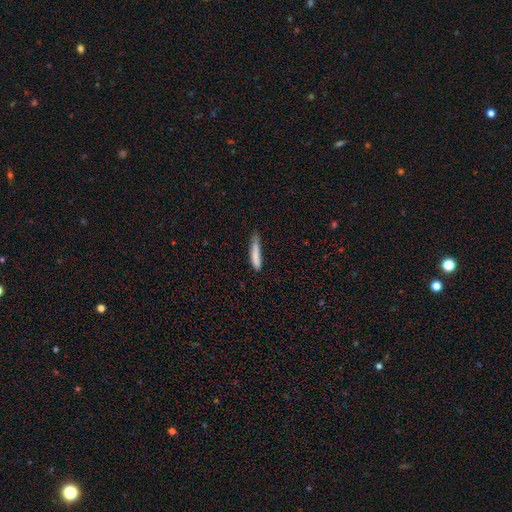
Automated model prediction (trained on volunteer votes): Overall: smooth (81%). How rounded: cigar-shaped (88%). Merging: none (56%; minor disturbance 33%).